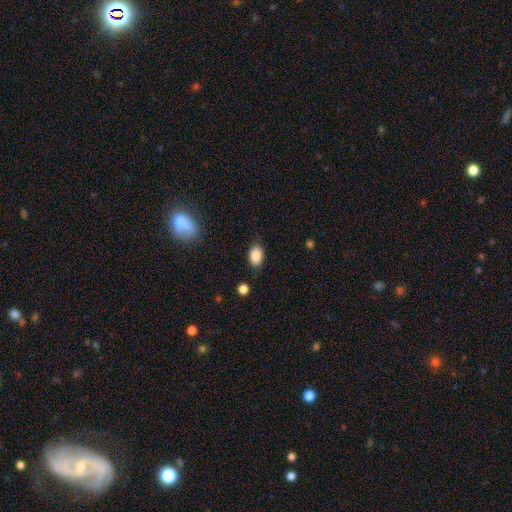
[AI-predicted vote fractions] A smooth galaxy with no disk features (87%) that is in between round and cigar-shaped (89%). Merging: none (79%).